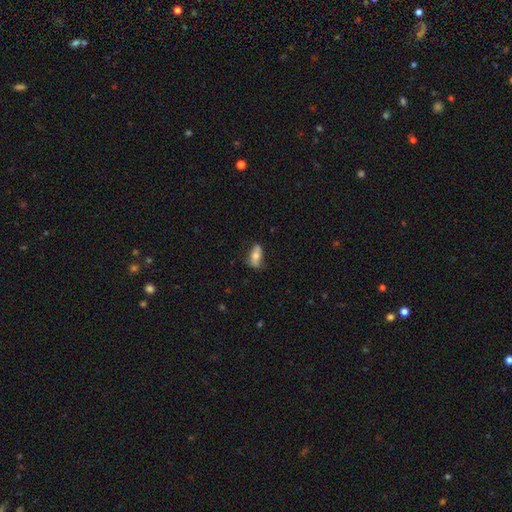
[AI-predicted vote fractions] Smooth or featured? Predicted: smooth (p=0.67). How rounded? Predicted: in between (p=0.82). Merging? Predicted: none (p=0.70).